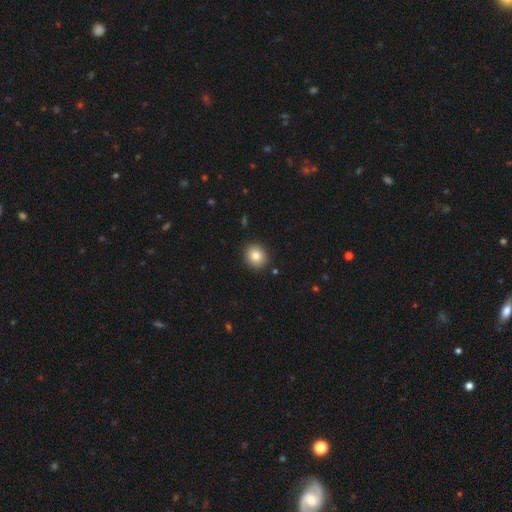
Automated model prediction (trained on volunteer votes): Overall: smooth (83%). How rounded: round (74%). Merging: none (90%).